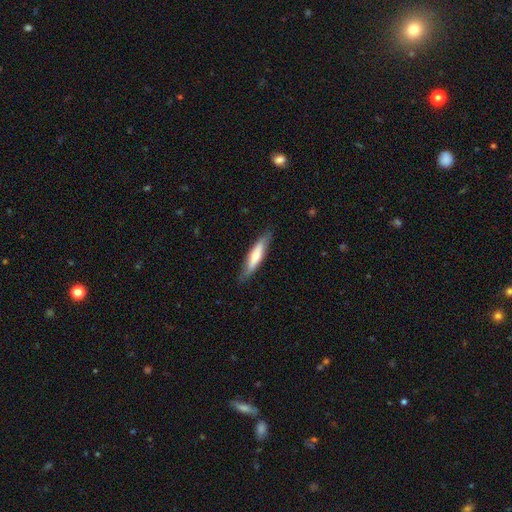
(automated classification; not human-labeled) Smooth or featured: smooth — 61% (featured or disk — 34%)
How rounded: cigar-shaped — 79% (in between — 20%)
Merging: none — 82% (minor disturbance — 14%)